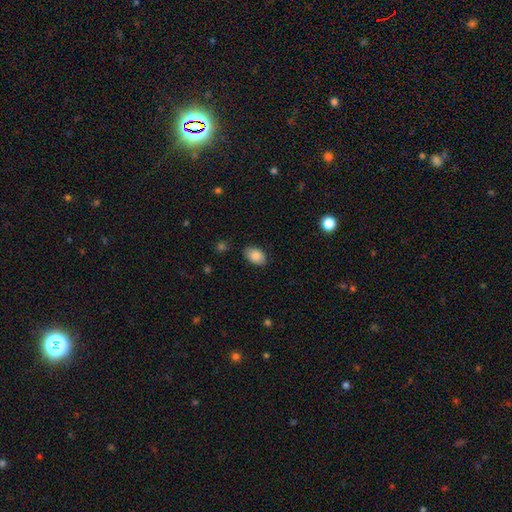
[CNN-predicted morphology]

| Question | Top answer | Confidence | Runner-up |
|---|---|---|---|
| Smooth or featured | smooth | 87% | star or artifact (7%) |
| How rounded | in between | 88% | round (11%) |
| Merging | none | 84% | minor disturbance (12%) |